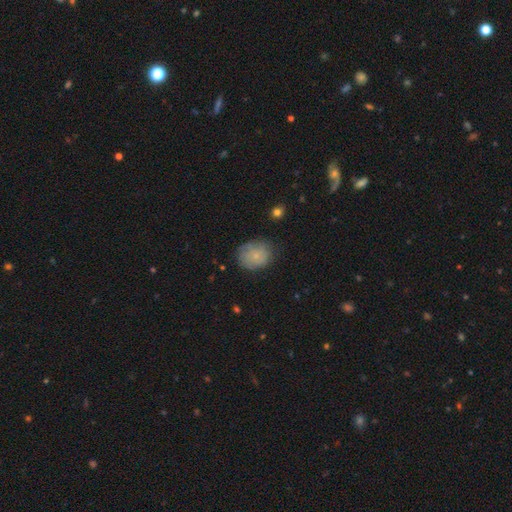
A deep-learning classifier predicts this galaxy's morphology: type=smooth (73%); roundness=round (55%); merging=none (69%).